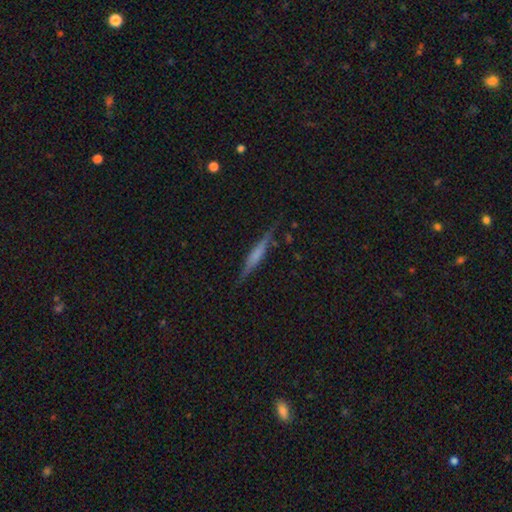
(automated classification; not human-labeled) smooth-or-featured: featured or disk: 58% | smooth: 34% | star or artifact: 8%
  disk-edge-on: yes: 97% | no: 3%
    edge-on-bulge: none: 38% | rounded: 32% | boxy: 30%
  merging: none: 84% | minor disturbance: 11% | major disturbance: 3% | merger: 2%